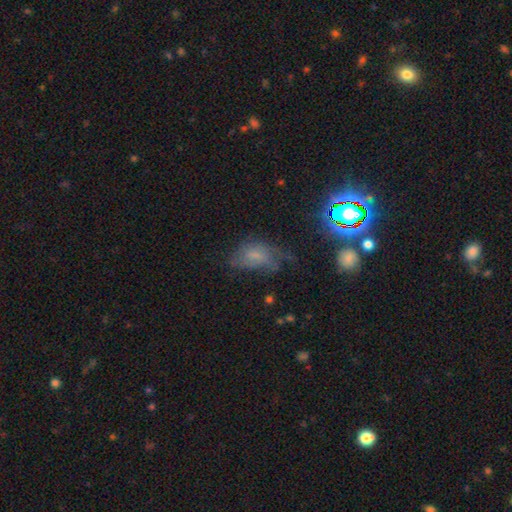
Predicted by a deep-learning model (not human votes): smooth_or_featured: smooth (p=0.47) [alt: featured or disk p=0.31]
merging: none (p=0.38) [alt: major disturbance p=0.29]